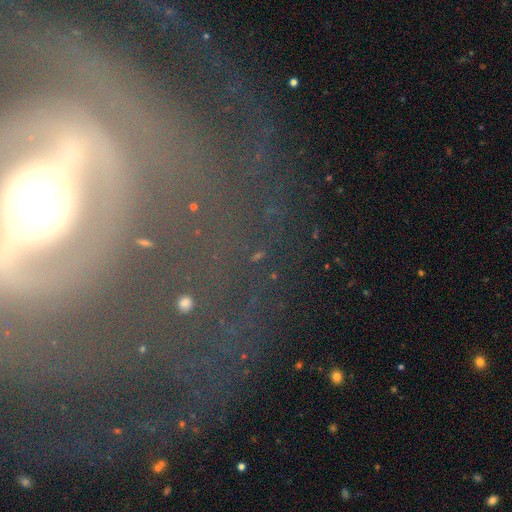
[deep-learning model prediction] Morphology: type=featured or disk (81%); edge-on=no (87%); bar=strong (49%); spiral arms=yes (71%); bulge=moderate (52%); merging=none (67%).